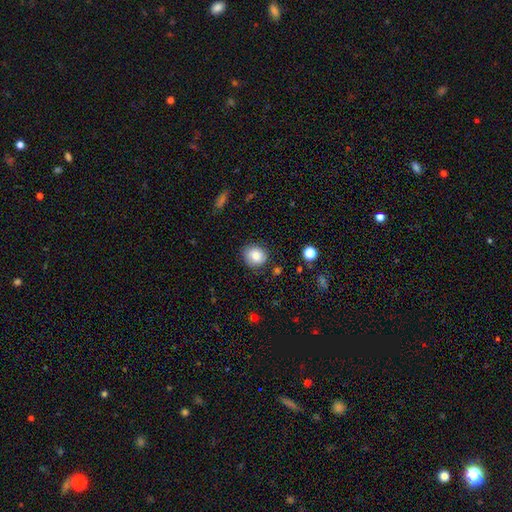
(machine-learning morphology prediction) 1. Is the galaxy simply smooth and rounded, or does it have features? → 80% smooth, 11% featured or disk, 9% star or artifact.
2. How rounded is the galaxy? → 73% round, 26% in between, 1% cigar-shaped.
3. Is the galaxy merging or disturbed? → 78% none, 16% minor disturbance, 4% major disturbance, 2% merger.